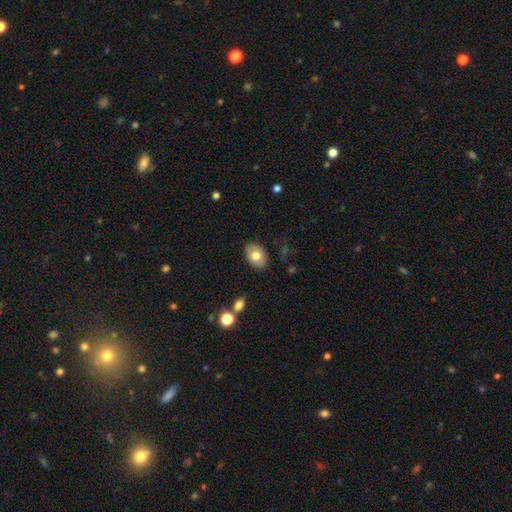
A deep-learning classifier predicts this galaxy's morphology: smooth_or_featured: smooth (p=0.71) [alt: featured or disk p=0.23]
how_rounded: in between (p=0.81) [alt: round p=0.18]
merging: none (p=0.86) [alt: minor disturbance p=0.10]